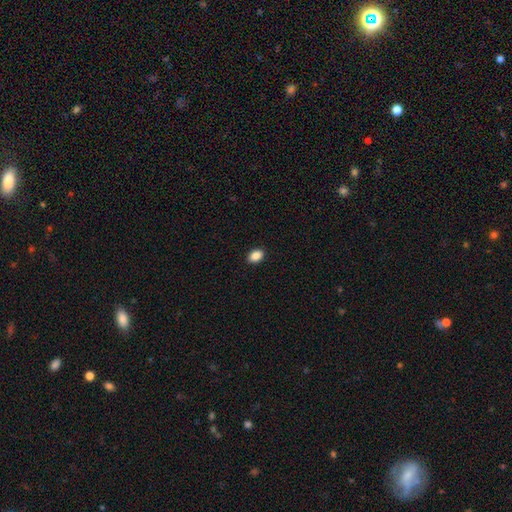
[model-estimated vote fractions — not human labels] smooth_or_featured: smooth (p=0.88) [alt: star or artifact p=0.09]
how_rounded: in between (p=0.82) [alt: round p=0.17]
merging: none (p=0.91) [alt: minor disturbance p=0.07]